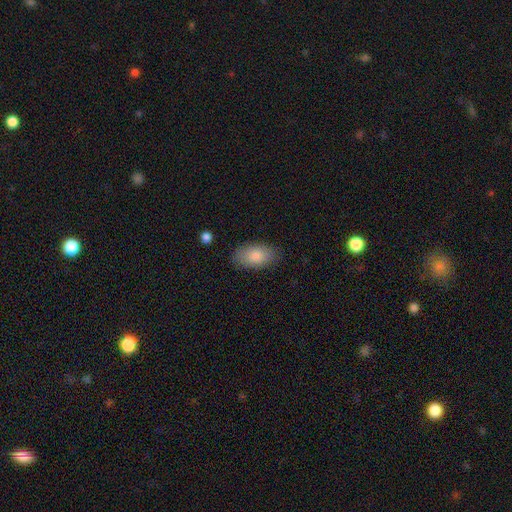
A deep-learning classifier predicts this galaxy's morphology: Smooth or featured?
  - smooth: 84% *
  - featured or disk: 9%
  - star or artifact: 7%
How rounded?
  - in between: 93% *
  - round: 4%
  - cigar-shaped: 2%
Merging?
  - none: 85% *
  - minor disturbance: 11%
  - major disturbance: 2%
  - merger: 1%